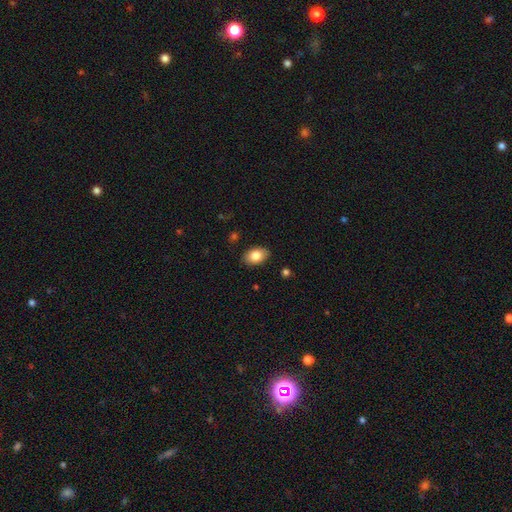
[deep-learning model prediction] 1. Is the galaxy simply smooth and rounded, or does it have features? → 85% smooth, 8% featured or disk, 7% star or artifact.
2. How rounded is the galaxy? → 89% in between, 10% round, 1% cigar-shaped.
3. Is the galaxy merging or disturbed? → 87% none, 10% minor disturbance, 2% major disturbance, 1% merger.